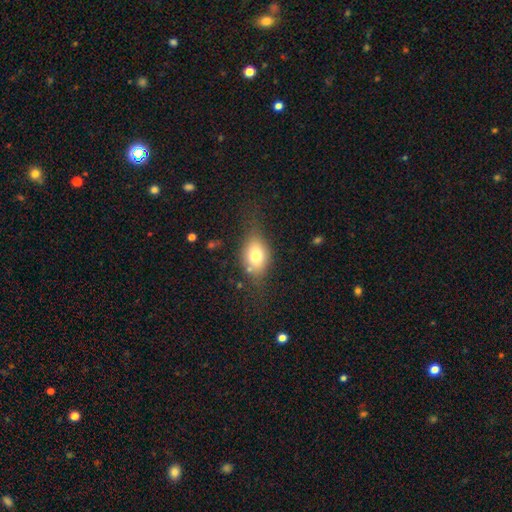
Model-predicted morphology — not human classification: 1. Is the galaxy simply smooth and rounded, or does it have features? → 69% smooth, 21% featured or disk, 10% star or artifact.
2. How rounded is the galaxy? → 68% in between, 29% round, 3% cigar-shaped.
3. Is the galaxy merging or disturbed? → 61% none, 24% minor disturbance, 12% major disturbance, 3% merger.